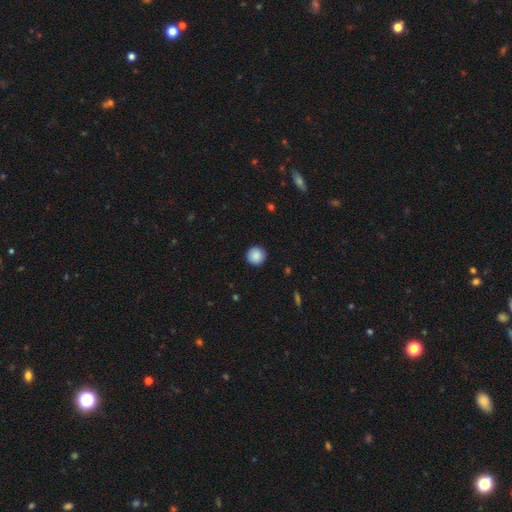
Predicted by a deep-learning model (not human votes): Morphology: type=smooth (89%); roundness=round (96%); merging=none (92%).